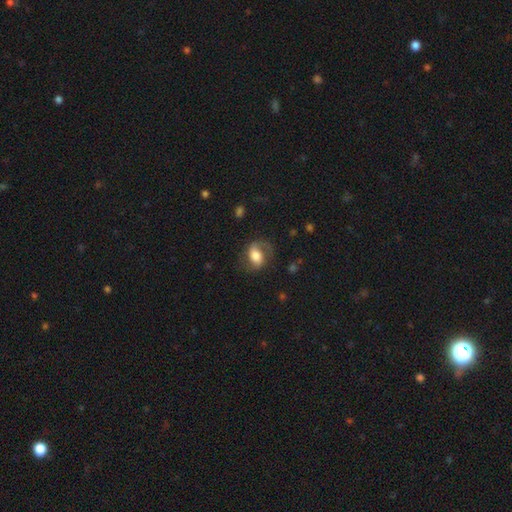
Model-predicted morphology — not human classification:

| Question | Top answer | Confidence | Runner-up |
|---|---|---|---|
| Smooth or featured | featured or disk | 56% | smooth (37%) |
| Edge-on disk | no | 96% | yes (4%) |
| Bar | weak | 39% | no (36%) |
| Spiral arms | yes | 86% | no (14%) |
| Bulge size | moderate | 44% | large (37%) |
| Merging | none | 62% | minor disturbance (20%) |